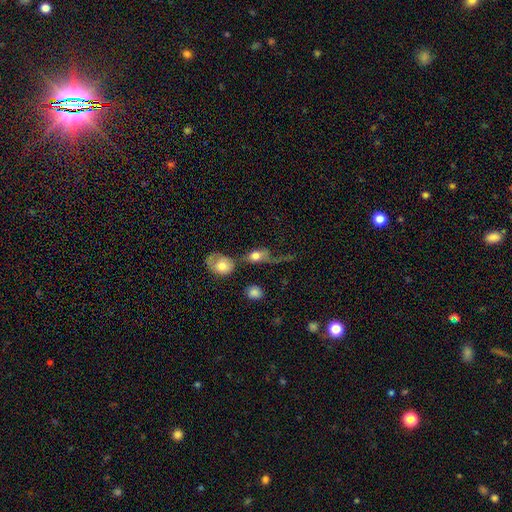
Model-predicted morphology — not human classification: smooth_or_featured: smooth (p=0.62) [alt: featured or disk p=0.28]
how_rounded: in between (p=0.68) [alt: round p=0.26]
merging: major disturbance (p=0.35) [alt: merger p=0.30]